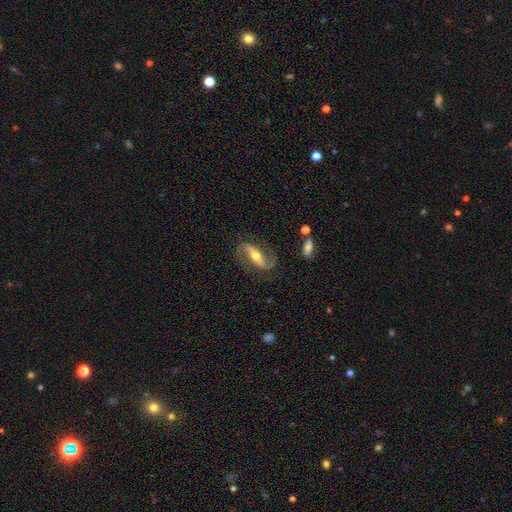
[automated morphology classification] Smooth or featured? Predicted: featured or disk (p=0.82). Edge-on disk? Predicted: no (p=0.87). Bar? Predicted: strong (p=0.56). Spiral arms? Predicted: yes (p=0.93). Spiral winding? Predicted: loose (p=0.51). Spiral arm count? Predicted: 2 (p=0.91). Bulge size? Predicted: moderate (p=0.65). Merging? Predicted: none (p=0.78).